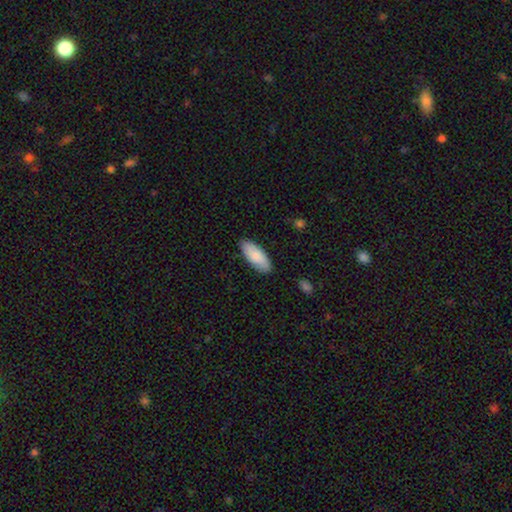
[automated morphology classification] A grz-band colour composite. It shows a smooth galaxy with no disk features (87%) that is in between round and cigar-shaped (83%). Merging: none (86%).